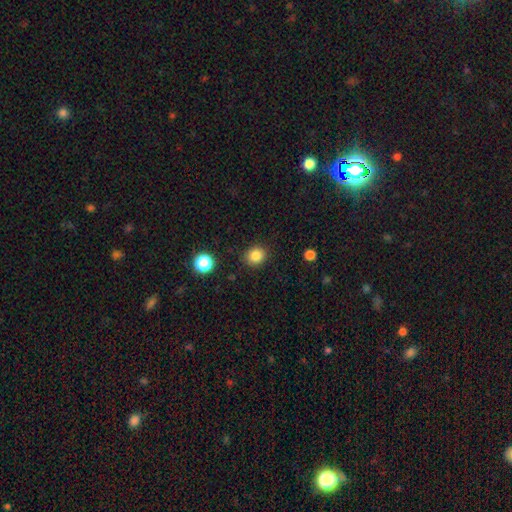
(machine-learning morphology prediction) This is clearly a smooth galaxy (85%). How rounded: likely round (77%). Merging: clearly none (87%).